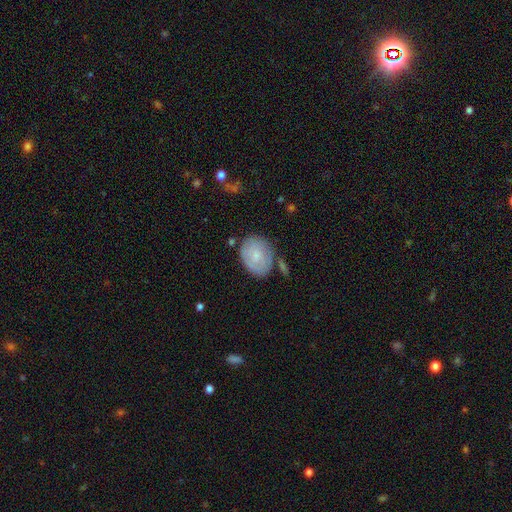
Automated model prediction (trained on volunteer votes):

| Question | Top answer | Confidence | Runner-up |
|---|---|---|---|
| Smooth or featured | smooth | 59% | featured or disk (34%) |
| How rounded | in between | 63% | round (36%) |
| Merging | none | 69% | minor disturbance (20%) |